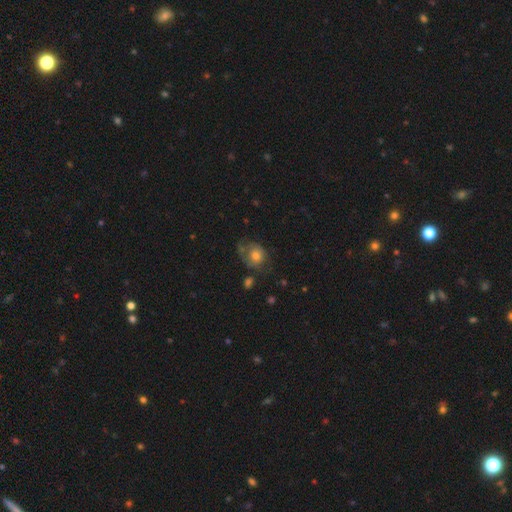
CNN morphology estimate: smooth-or-featured: smooth: 62% | featured or disk: 28% | star or artifact: 10%
  how-rounded: round: 64% | in between: 35% | cigar-shaped: 1%
  merging: none: 41% | minor disturbance: 28% | major disturbance: 25% | merger: 6%